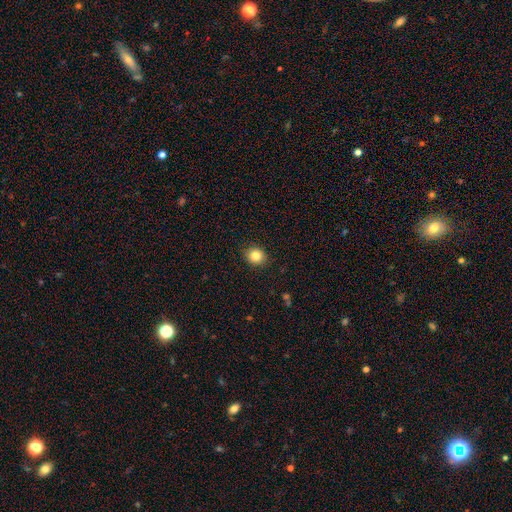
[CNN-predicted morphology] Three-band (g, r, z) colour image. It shows a smooth galaxy with no disk features (84%) that is round (76%). Merging: none (90%).